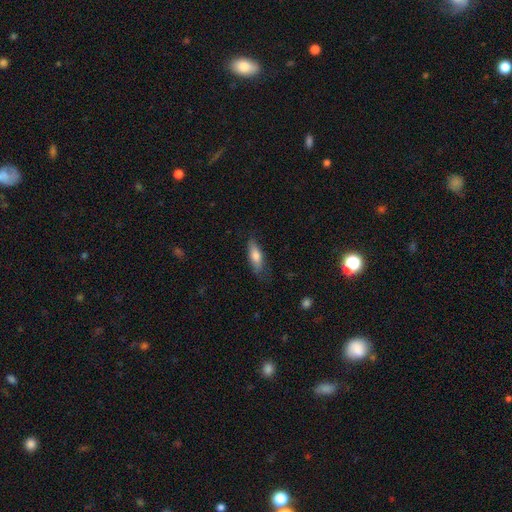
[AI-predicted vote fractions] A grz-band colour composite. It shows a smooth galaxy with no disk features (74%) that is in between round and cigar-shaped (59%). Merging: none (73%).